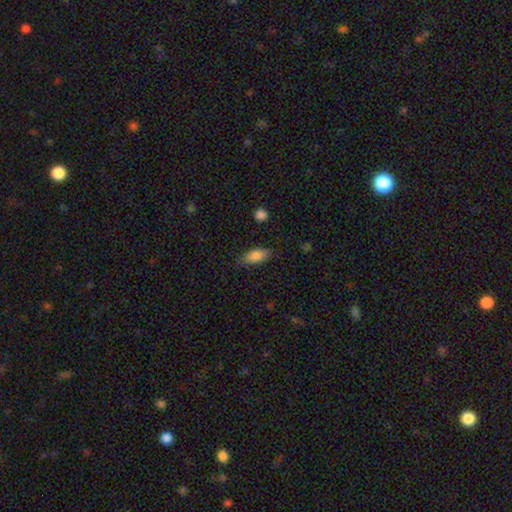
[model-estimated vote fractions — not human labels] Morphology: type=smooth (84%); roundness=in between (86%); merging=none (76%).